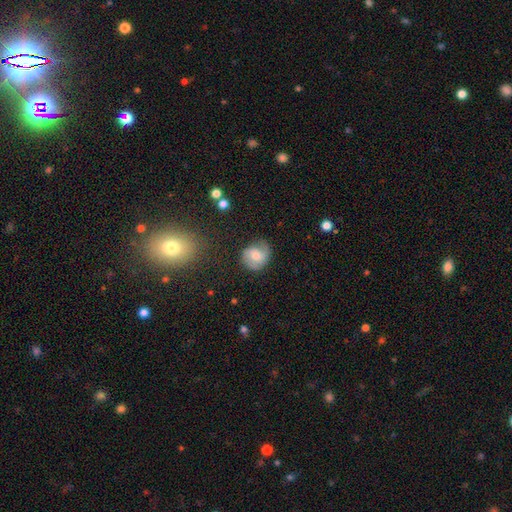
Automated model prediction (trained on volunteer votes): This appears to be a smooth galaxy with no disk features (52%) that is round (74%). Merging: none (64%).